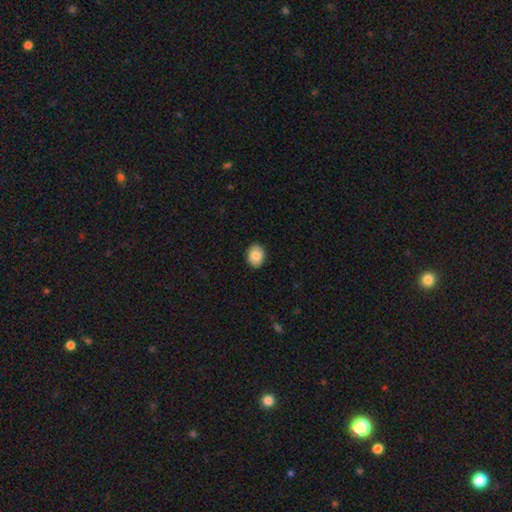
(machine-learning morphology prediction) Smooth or featured?
  - smooth: 85% *
  - star or artifact: 7%
  - featured or disk: 7%
How rounded?
  - in between: 52% *
  - round: 47%
  - cigar-shaped: 1%
Merging?
  - none: 89% *
  - minor disturbance: 8%
  - major disturbance: 2%
  - merger: 1%